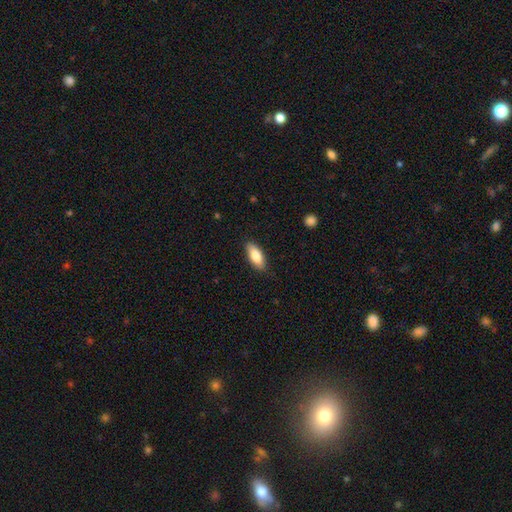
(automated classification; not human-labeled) A smooth galaxy with no disk features (82%) that is in between round and cigar-shaped (82%).

Vote fractions:
- Smooth or featured? smooth: 82% / featured or disk: 12% / star or artifact: 6%
- How rounded? in between: 82% / cigar-shaped: 16% / round: 2%
- Merging? none: 86% / minor disturbance: 11% / major disturbance: 2% / merger: 1%